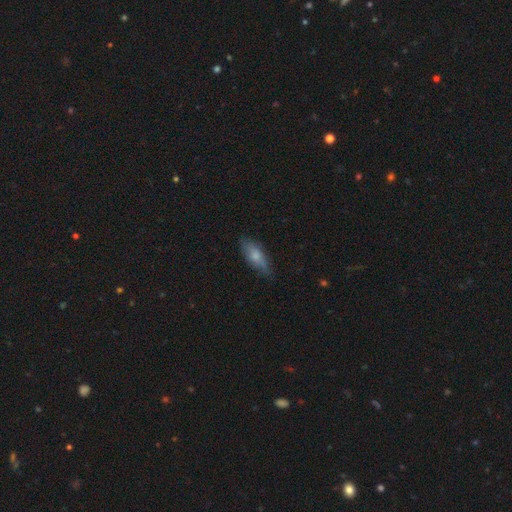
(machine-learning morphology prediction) Smooth or featured? Predicted: smooth (p=0.69). How rounded? Predicted: in between (p=0.73). Merging? Predicted: none (p=0.70).